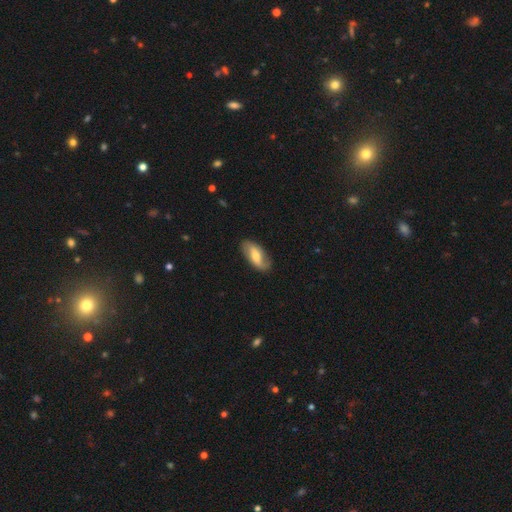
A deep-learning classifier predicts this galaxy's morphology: type=featured or disk (51%); edge-on=no (90%); merging=none (81%).